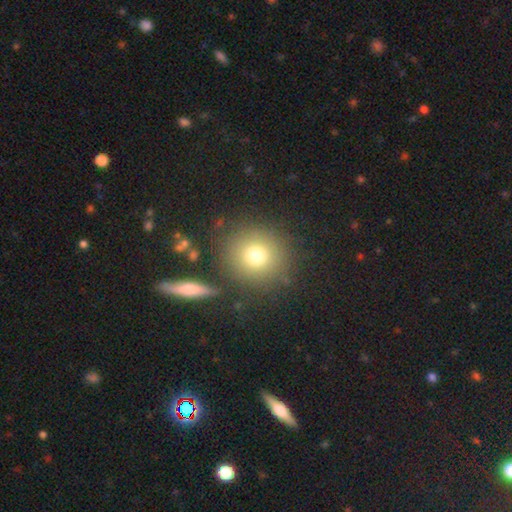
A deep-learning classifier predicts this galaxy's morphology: Q: Smooth or featured?
A: smooth (74%); runner-up: star or artifact (15%)
Q: How rounded?
A: round (90%); runner-up: in between (9%)
Q: Merging?
A: none (81%); runner-up: minor disturbance (9%)